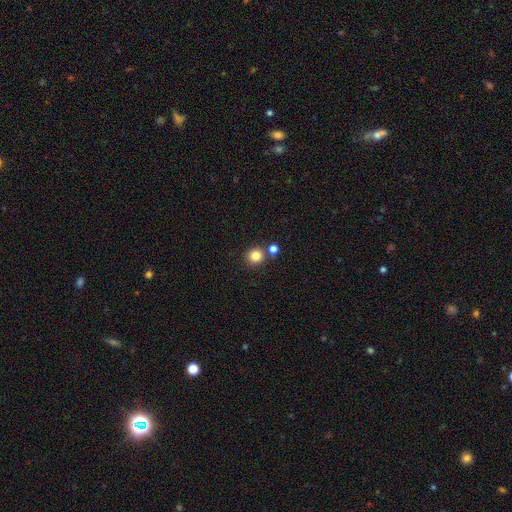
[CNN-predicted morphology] Smooth or featured? smooth (83%)
How rounded? round (90%)
Merging? none (74%)